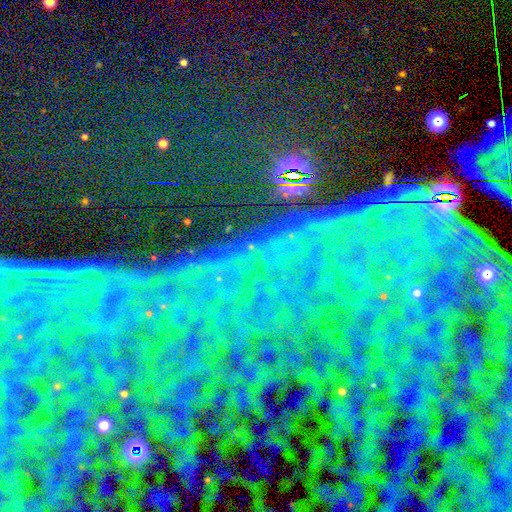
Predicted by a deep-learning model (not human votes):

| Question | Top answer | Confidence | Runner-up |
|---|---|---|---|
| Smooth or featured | star or artifact | 83% | featured or disk (8%) |